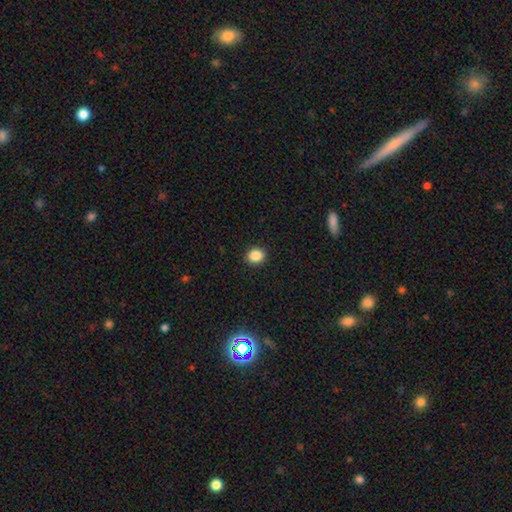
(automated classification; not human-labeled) Morphology: type=smooth (87%); roundness=round (75%); merging=none (92%).